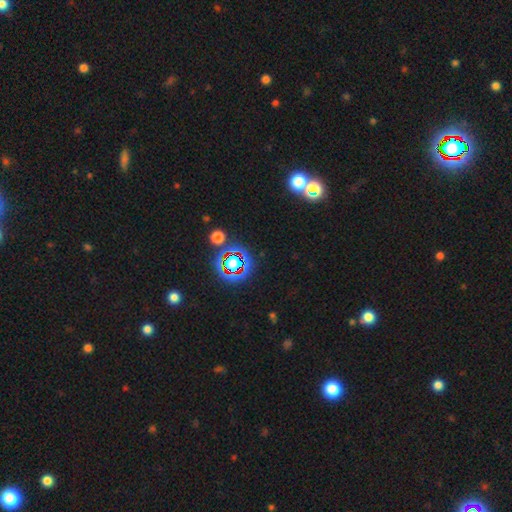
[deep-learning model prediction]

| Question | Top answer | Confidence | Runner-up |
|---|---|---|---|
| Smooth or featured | star or artifact | 70% | smooth (18%) |